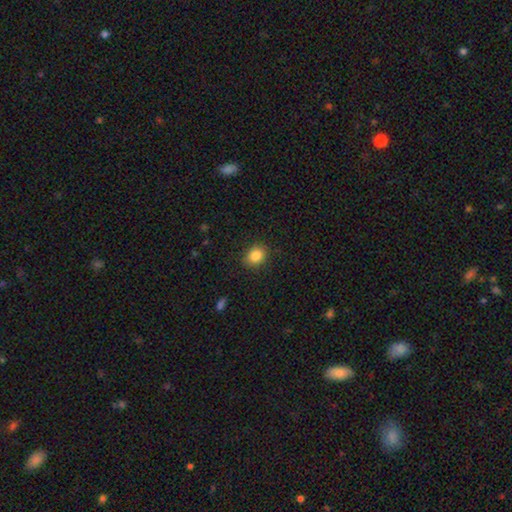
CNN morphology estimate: Q: Smooth or featured?
A: smooth (85%); runner-up: star or artifact (10%)
Q: How rounded?
A: round (54%); runner-up: in between (45%)
Q: Merging?
A: none (86%); runner-up: minor disturbance (10%)